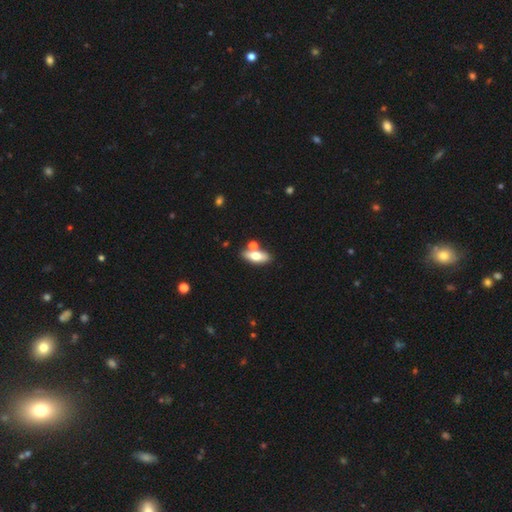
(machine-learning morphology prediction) This appears to be a smooth galaxy with no disk features (64%) that is in between round and cigar-shaped (74%). Merging: none (67%).